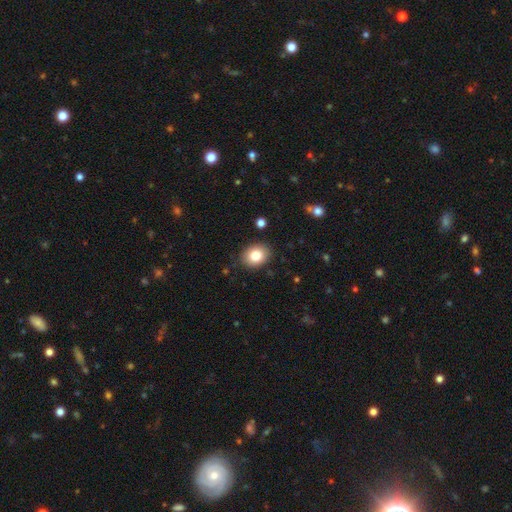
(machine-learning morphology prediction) The model was most divided on "how rounded": in between: 51%, round: 48%, cigar-shaped: 1%. More confident: merging — none (88%); smooth or featured — smooth (82%).